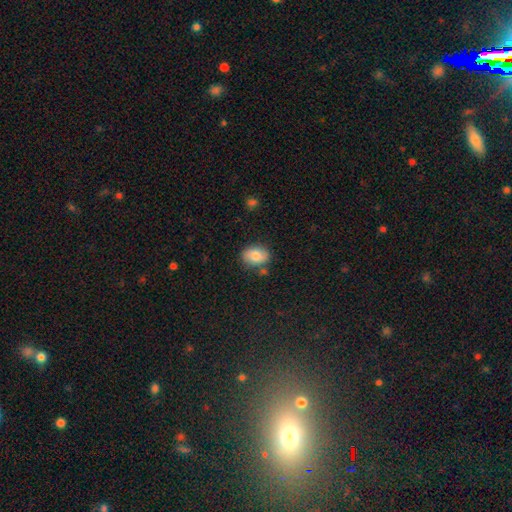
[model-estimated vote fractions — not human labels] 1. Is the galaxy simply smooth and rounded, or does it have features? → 82% smooth, 10% featured or disk, 8% star or artifact.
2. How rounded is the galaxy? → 73% in between, 26% round, 1% cigar-shaped.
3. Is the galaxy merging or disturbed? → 79% none, 13% minor disturbance, 5% merger, 3% major disturbance.